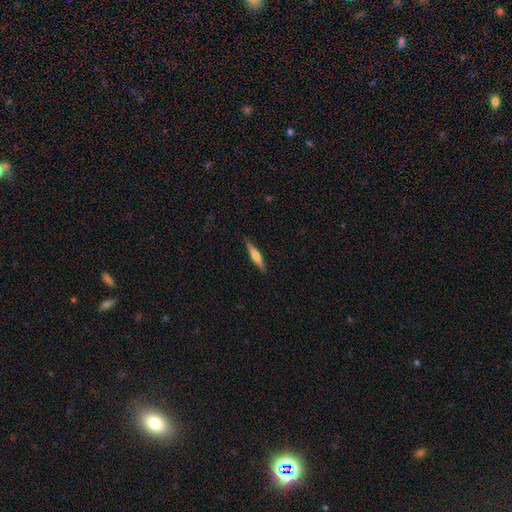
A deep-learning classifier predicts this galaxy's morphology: Smooth or featured? Predicted: featured or disk (p=0.55). Edge-on disk? Predicted: yes (p=0.96). Edge-on bulge? Predicted: rounded (p=0.88). Merging? Predicted: none (p=0.88).